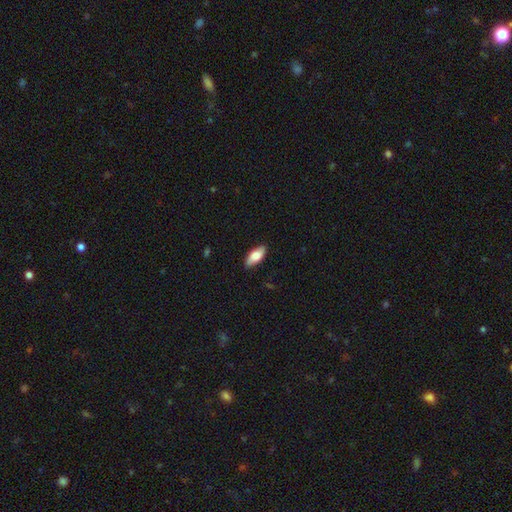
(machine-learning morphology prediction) Smooth or featured?
  - smooth: 75% *
  - featured or disk: 19%
  - star or artifact: 6%
How rounded?
  - in between: 84% *
  - cigar-shaped: 14%
  - round: 2%
Merging?
  - none: 86% *
  - minor disturbance: 11%
  - major disturbance: 2%
  - merger: 1%